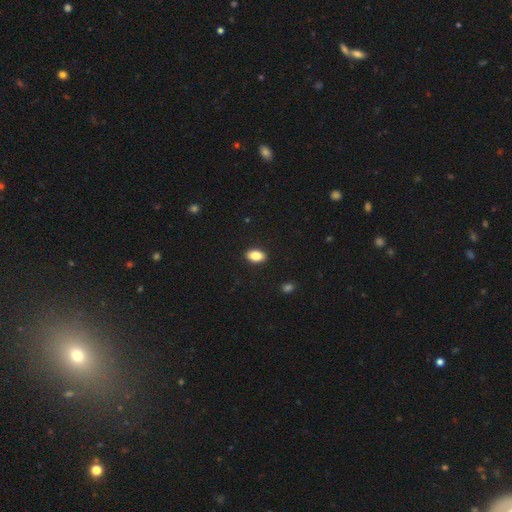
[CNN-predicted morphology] The model was most divided on "smooth or featured": smooth: 83%, featured or disk: 9%, star or artifact: 8%. More confident: merging — none (90%); how rounded — in between (89%).